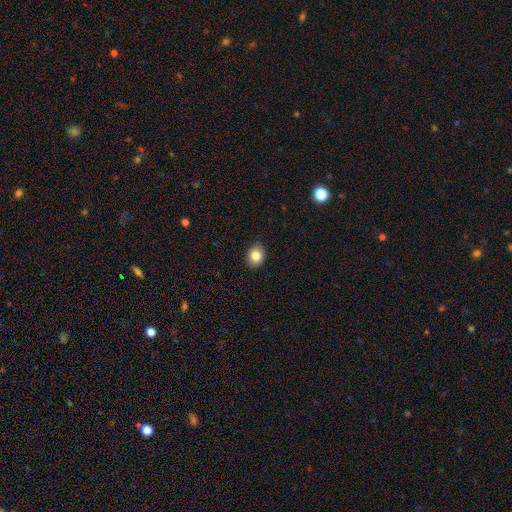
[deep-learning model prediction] This appears to be a smooth galaxy with no disk features (84%) that is round (55%). Merging: none (88%).